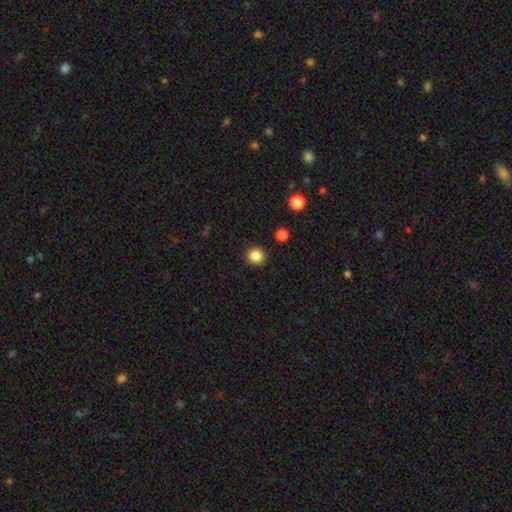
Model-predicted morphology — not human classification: type=smooth (85%); roundness=round (90%); merging=none (91%).